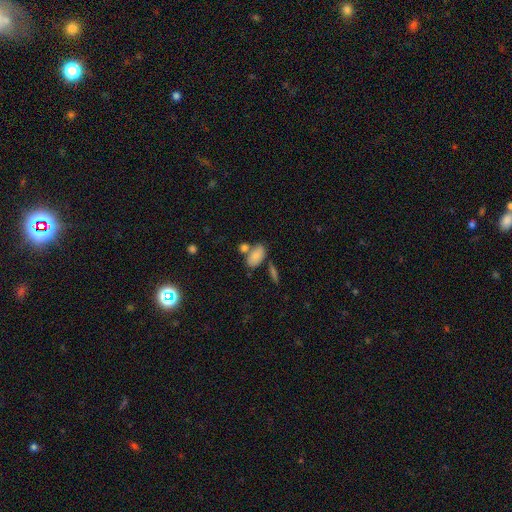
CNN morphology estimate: Q: Smooth or featured?
A: smooth (78%); runner-up: featured or disk (14%)
Q: How rounded?
A: in between (89%); runner-up: round (8%)
Q: Merging?
A: none (52%); runner-up: merger (27%)